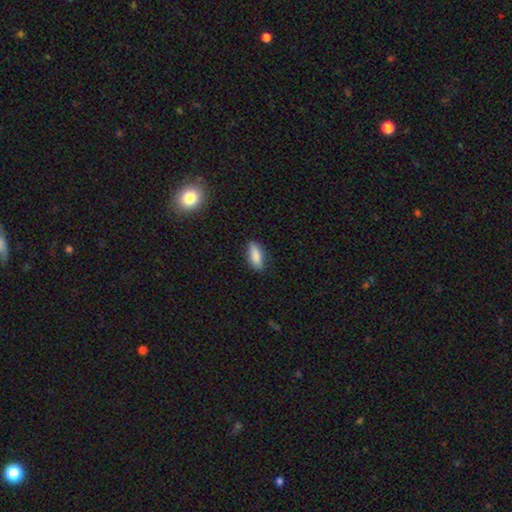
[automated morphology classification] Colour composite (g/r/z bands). It shows a smooth galaxy with no disk features (84%) that is in between round and cigar-shaped (69%). Merging: none (85%).